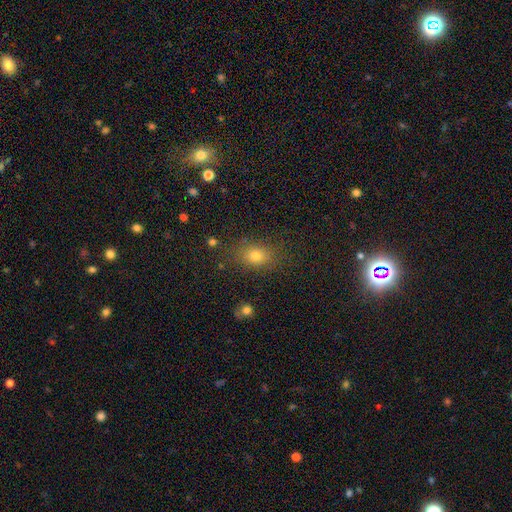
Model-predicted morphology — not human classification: Smooth or featured? smooth (74%)
How rounded? in between (66%)
Merging? none (81%)